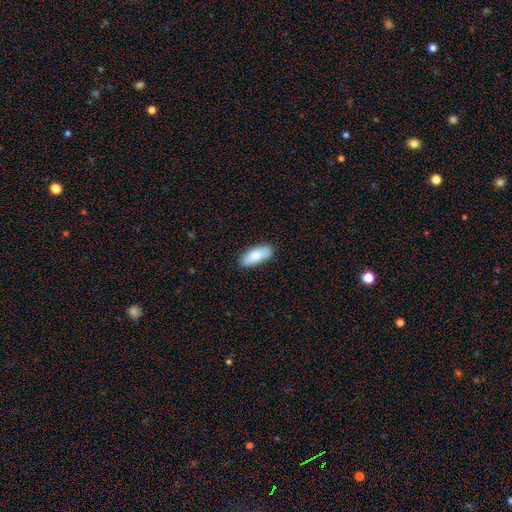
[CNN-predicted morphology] Overall: smooth (83%). How rounded: in between (82%). Merging: none (82%).